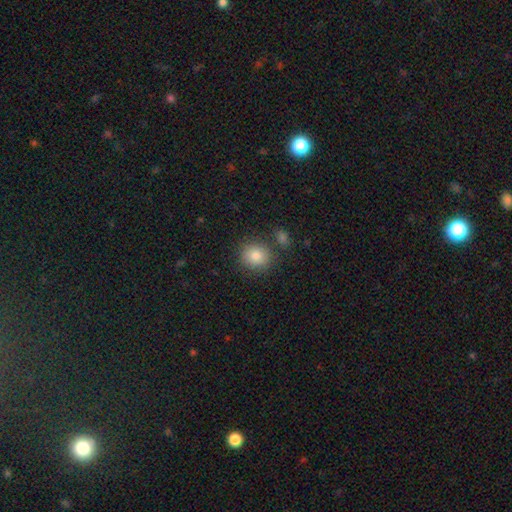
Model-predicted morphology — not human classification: A smooth galaxy with no disk features (83%) that is round (81%).

Vote fractions:
- Smooth or featured? smooth: 83% / star or artifact: 10% / featured or disk: 7%
- How rounded? round: 81% / in between: 18% / cigar-shaped: 1%
- Merging? none: 80% / minor disturbance: 10% / merger: 7% / major disturbance: 3%